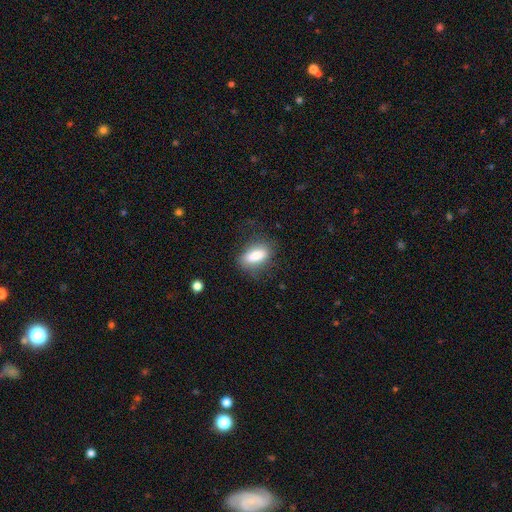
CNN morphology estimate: Smooth or featured?
  - smooth: 79% *
  - featured or disk: 13%
  - star or artifact: 8%
How rounded?
  - in between: 80% *
  - cigar-shaped: 15%
  - round: 5%
Merging?
  - none: 73% *
  - minor disturbance: 18%
  - major disturbance: 7%
  - merger: 2%